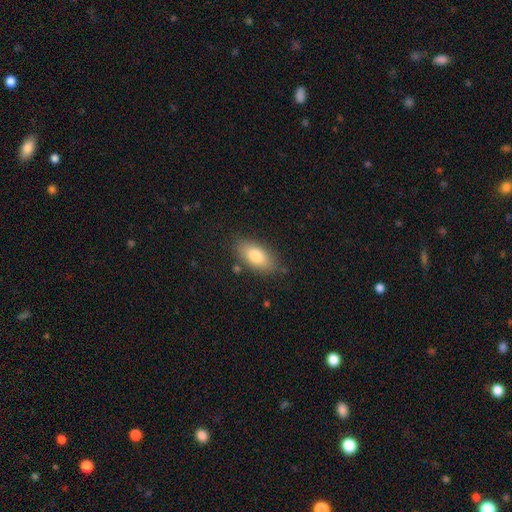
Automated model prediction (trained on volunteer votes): A smooth galaxy with no disk features (80%) that is in between round and cigar-shaped (90%). Merging: none (81%).